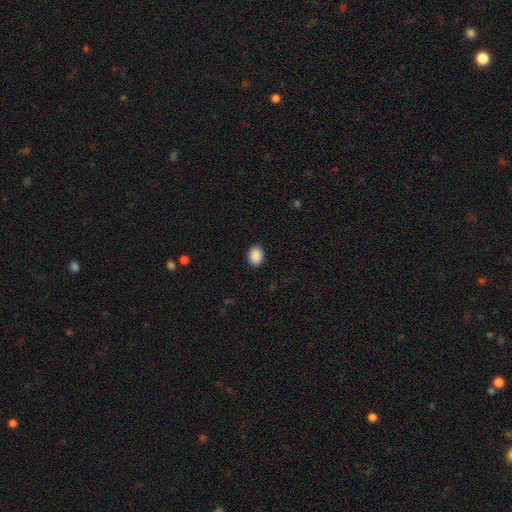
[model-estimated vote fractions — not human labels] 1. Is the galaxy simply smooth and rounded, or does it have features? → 90% smooth, 8% star or artifact, 3% featured or disk.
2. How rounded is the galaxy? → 65% in between, 34% round, 1% cigar-shaped.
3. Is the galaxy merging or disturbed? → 89% none, 8% minor disturbance, 2% major disturbance, 1% merger.